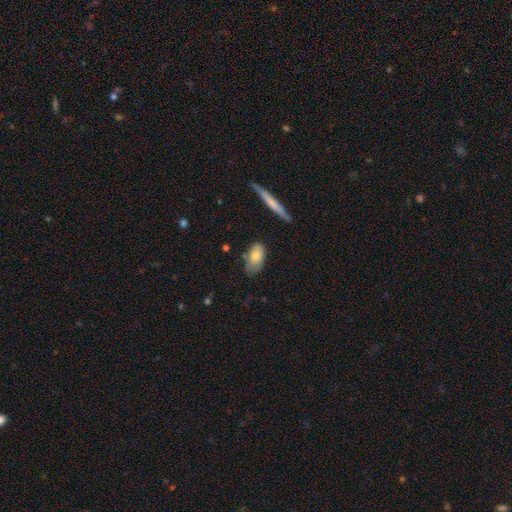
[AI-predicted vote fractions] smooth-or-featured: smooth: 73% | featured or disk: 20% | star or artifact: 7%
  how-rounded: in between: 89% | cigar-shaped: 7% | round: 5%
  merging: none: 59% | minor disturbance: 29% | major disturbance: 7% | merger: 4%